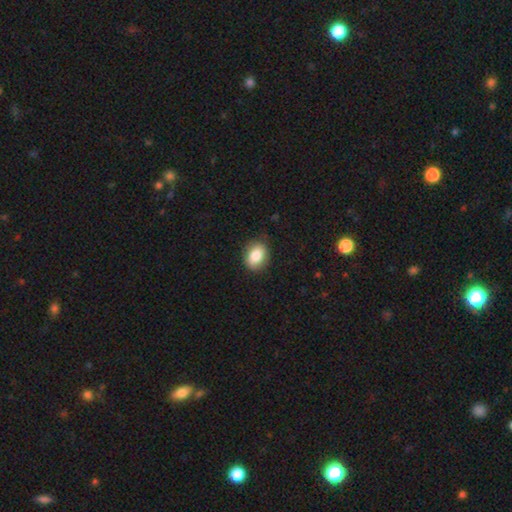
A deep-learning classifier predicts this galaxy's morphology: Q: Smooth or featured?
A: smooth (85%); runner-up: star or artifact (8%)
Q: How rounded?
A: in between (73%); runner-up: round (26%)
Q: Merging?
A: none (85%); runner-up: minor disturbance (11%)